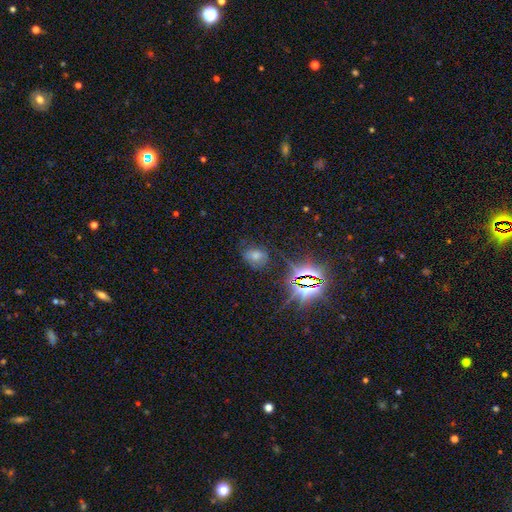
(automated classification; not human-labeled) Morphology: type=smooth (55%); roundness=in between (67%); merging=none (66%).